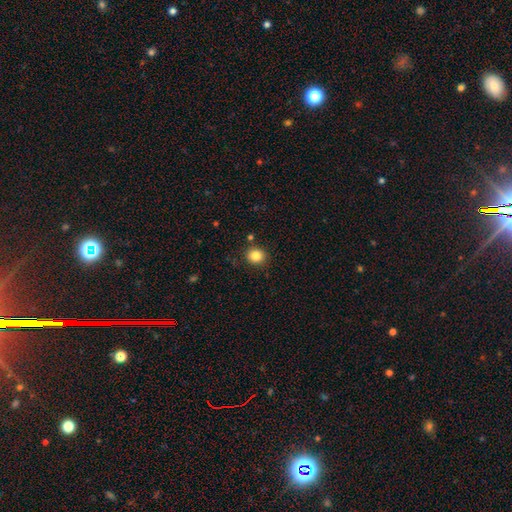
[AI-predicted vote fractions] A smooth galaxy with no disk features (85%) that is round (79%). Merging: none (87%).